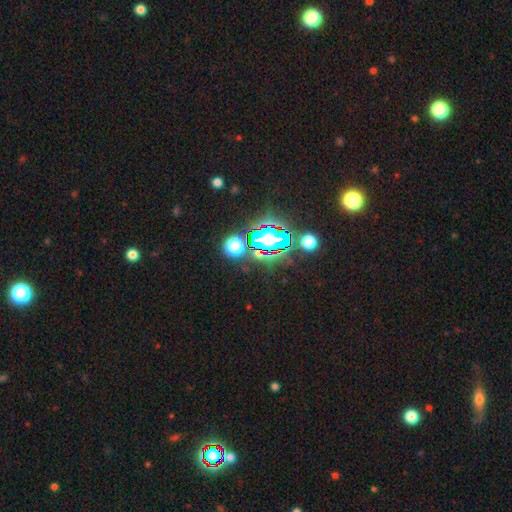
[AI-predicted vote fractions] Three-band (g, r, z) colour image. It shows a star or artifact, not a galaxy (79%).